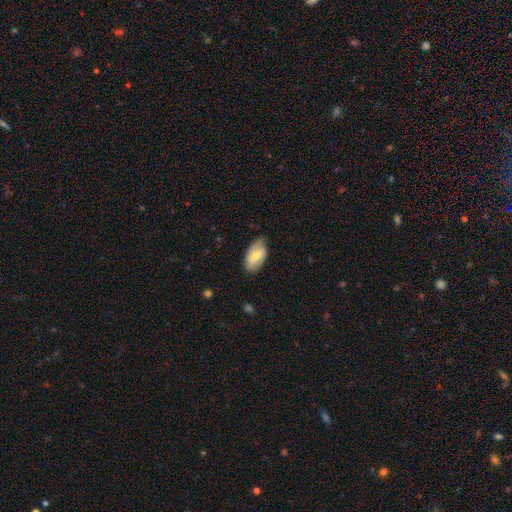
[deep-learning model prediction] A smooth galaxy with no disk features (59%) that is in between round and cigar-shaped (93%). Merging: none (70%).